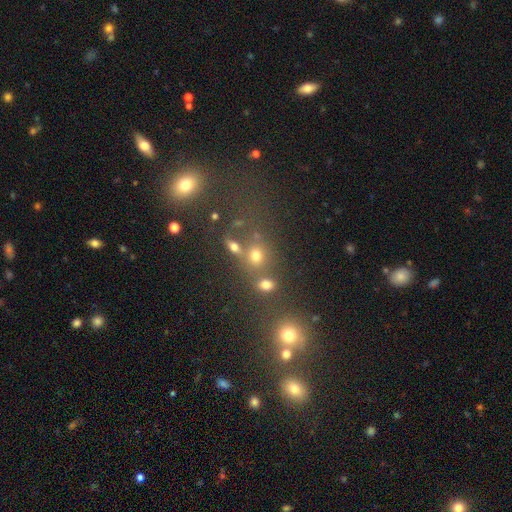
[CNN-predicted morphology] Smooth or featured? smooth (65%)
How rounded? round (69%)
Merging? none (54%)